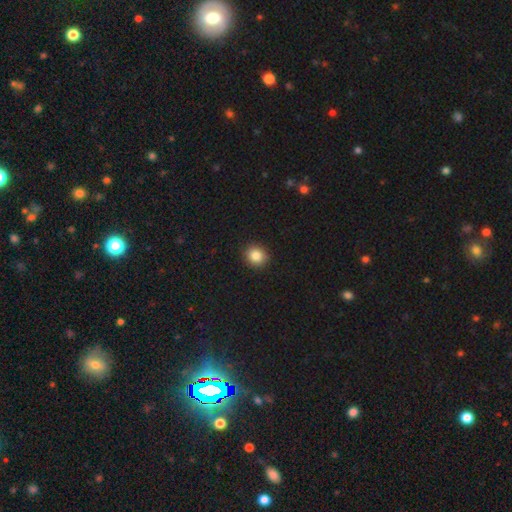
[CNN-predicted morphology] smooth 86%, star or artifact 10%, featured or disk 4%. Down the decision tree: how rounded — round (83%); merging — none (91%).